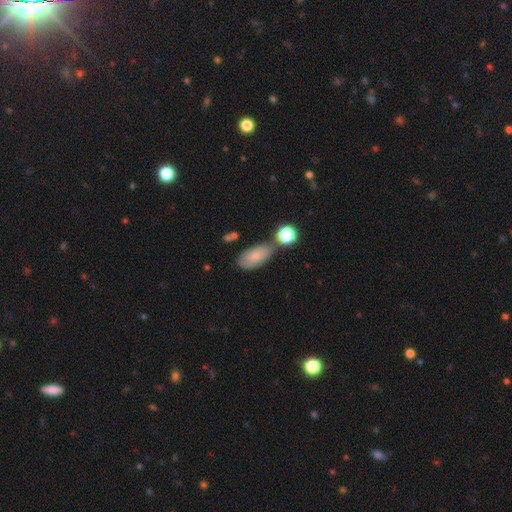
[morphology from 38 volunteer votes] Volunteers were most divided on "merging": minor disturbance: 43%, merger: 29%, none: 23%, major disturbance: 6%. More confident: how rounded — in between (84%); smooth or featured — smooth (82%).